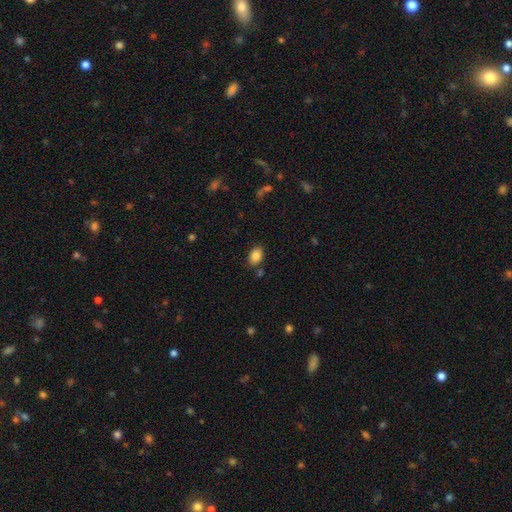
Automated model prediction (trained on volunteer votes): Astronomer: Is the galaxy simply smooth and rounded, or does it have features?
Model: smooth — 86%.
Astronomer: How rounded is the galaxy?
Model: in between — 79%.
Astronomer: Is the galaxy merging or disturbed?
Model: none — 81%.